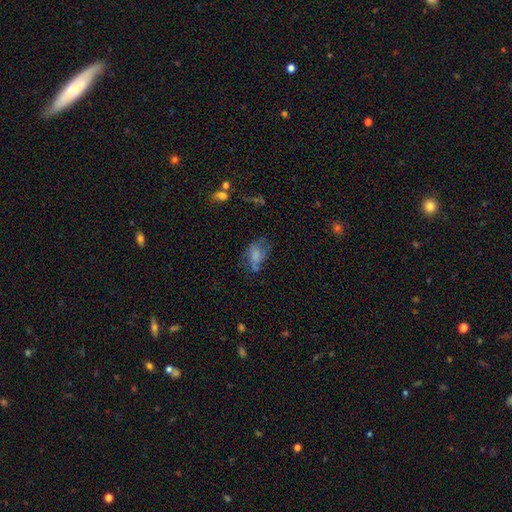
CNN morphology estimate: smooth 55%, featured or disk 33%, star or artifact 12%. Down the decision tree: how rounded — in between (86%); merging — none (39%).